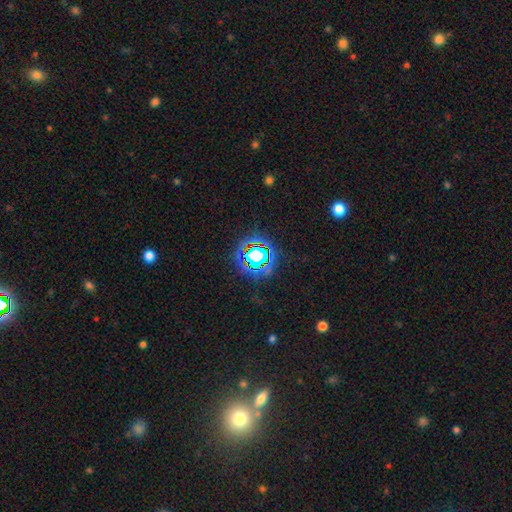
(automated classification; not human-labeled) Smooth or featured: star or artifact — 66% (smooth — 20%)